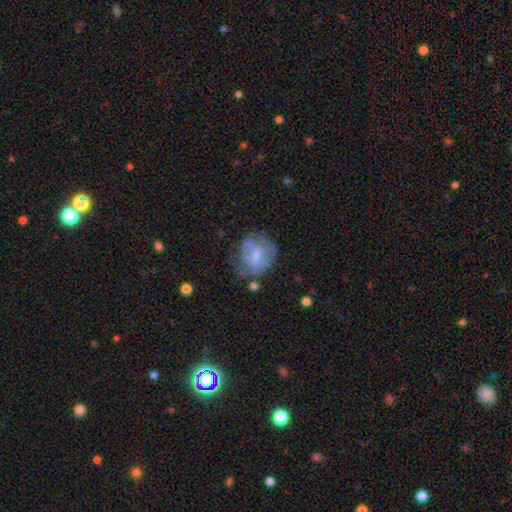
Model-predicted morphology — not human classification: A featured or disk galaxy (54%) with no bar (45%), no spiral arms (65%) and a small central bulge (39%).

Vote fractions:
- Smooth or featured? featured or disk: 54% / smooth: 38% / star or artifact: 9%
- Edge-on disk? no: 97% / yes: 3%
- Bar? no: 45% / weak: 42% / strong: 13%
- Spiral arms? no: 65% / yes: 35%
- Bulge size? small: 39% / moderate: 38% / none: 19% / large: 3% / dominant: 1%
- Merging? none: 48% / minor disturbance: 27% / major disturbance: 21% / merger: 4%